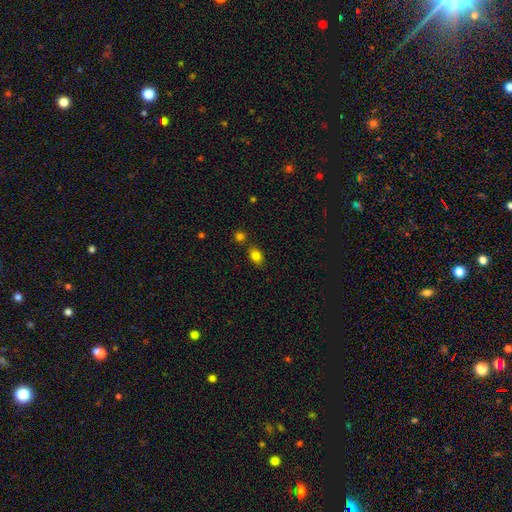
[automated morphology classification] smooth 82%, star or artifact 12%, featured or disk 6%. Down the decision tree: how rounded — in between (70%); merging — none (73%).